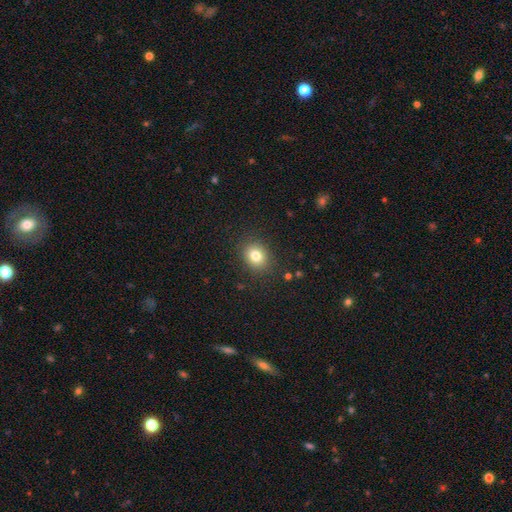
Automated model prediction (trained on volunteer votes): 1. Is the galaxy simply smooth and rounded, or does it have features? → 80% smooth, 12% star or artifact, 8% featured or disk.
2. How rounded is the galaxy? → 65% round, 34% in between, 1% cigar-shaped.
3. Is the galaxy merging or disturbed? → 87% none, 8% minor disturbance, 3% major disturbance, 1% merger.